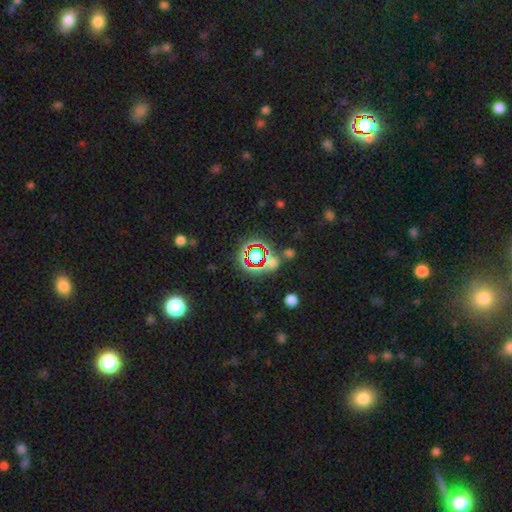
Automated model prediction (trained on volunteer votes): Morphology: type=star or artifact (65%).